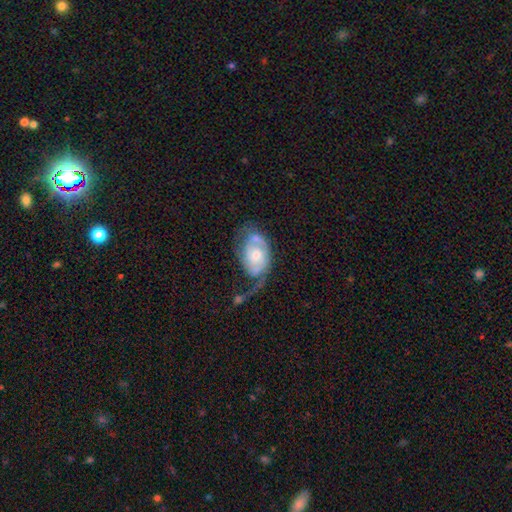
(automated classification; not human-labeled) Smooth or featured?
  - featured or disk: 68% *
  - smooth: 26%
  - star or artifact: 6%
Edge-on disk?
  - no: 96% *
  - yes: 4%
Bar?
  - no: 71% *
  - weak: 25%
  - strong: 4%
Spiral arms?
  - yes: 82% *
  - no: 18%
Spiral winding?
  - medium: 36% *
  - tight: 34%
  - loose: 30%
Spiral arm count?
  - 2: 44% *
  - 1: 33%
  - can't tell: 17%
  - 3: 3%
  - 4: 1%
  - more than 4: 1%
Bulge size?
  - moderate: 54% *
  - small: 34%
  - large: 8%
  - none: 3%
  - dominant: 2%
Merging?
  - major disturbance: 39% *
  - none: 25%
  - minor disturbance: 22%
  - merger: 13%